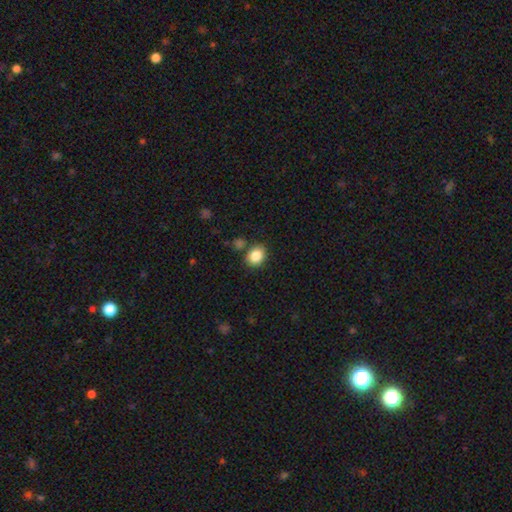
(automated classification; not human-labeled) Smooth or featured?
  - smooth: 86% *
  - star or artifact: 9%
  - featured or disk: 5%
How rounded?
  - round: 53% *
  - in between: 46%
  - cigar-shaped: 1%
Merging?
  - none: 79% *
  - minor disturbance: 11%
  - merger: 7%
  - major disturbance: 3%